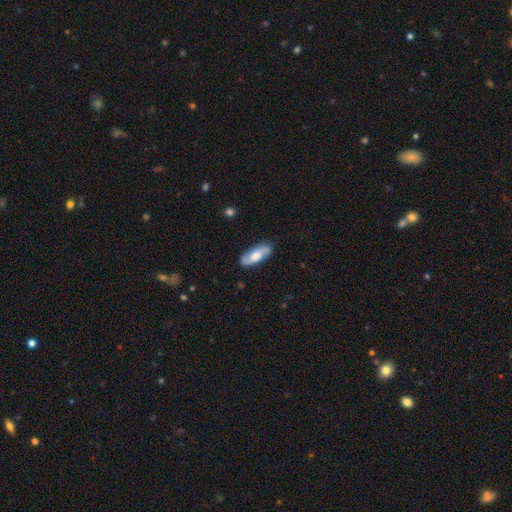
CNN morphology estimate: Smooth or featured? smooth (51%)
How rounded? in between (75%)
Merging? none (83%)